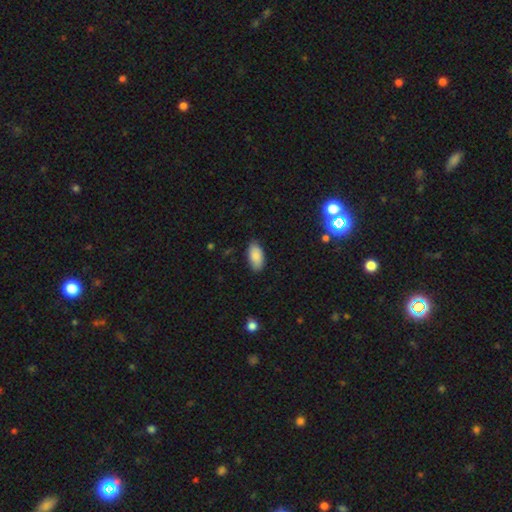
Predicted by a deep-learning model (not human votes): Smooth or featured: smooth — 87% (star or artifact — 7%)
How rounded: in between — 93% (cigar-shaped — 5%)
Merging: none — 85% (minor disturbance — 12%)